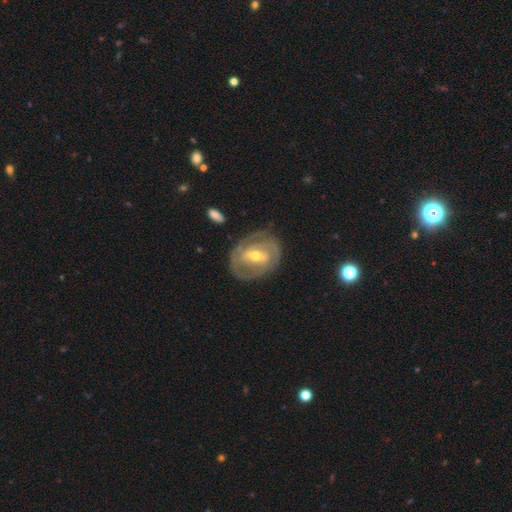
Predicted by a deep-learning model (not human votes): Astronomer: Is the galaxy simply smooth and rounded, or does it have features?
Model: featured or disk — 83%.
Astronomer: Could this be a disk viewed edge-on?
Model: no — 96%.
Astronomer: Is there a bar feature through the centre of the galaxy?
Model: strong — 44% (runner-up: weak, 40%).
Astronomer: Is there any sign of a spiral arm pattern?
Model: yes — 81%.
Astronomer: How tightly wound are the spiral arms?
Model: tight — 63%.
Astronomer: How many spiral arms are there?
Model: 2 — 55%.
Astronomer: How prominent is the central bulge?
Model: moderate — 58% (runner-up: small, 37%).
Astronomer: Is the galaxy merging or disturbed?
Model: none — 76%.